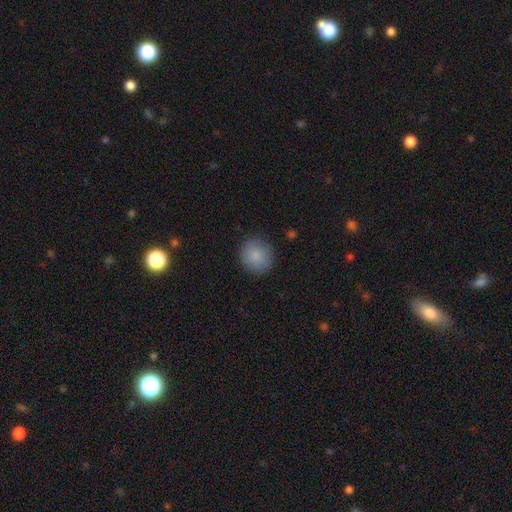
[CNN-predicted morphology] smooth 87%, star or artifact 8%, featured or disk 6%. Down the decision tree: how rounded — round (88%); merging — none (86%).